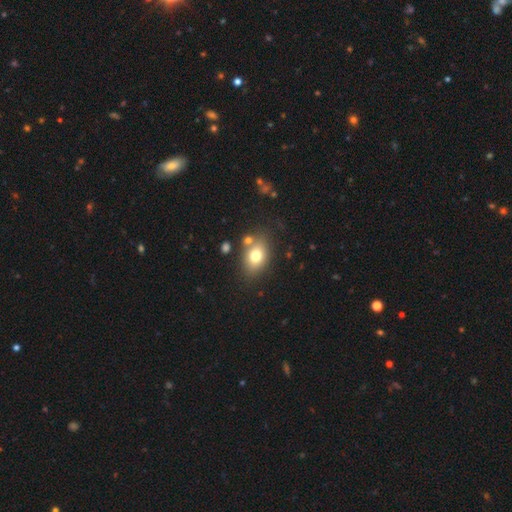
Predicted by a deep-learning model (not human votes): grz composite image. It shows a smooth galaxy with no disk features (75%) that is in between round and cigar-shaped (74%). Merging: none (72%).